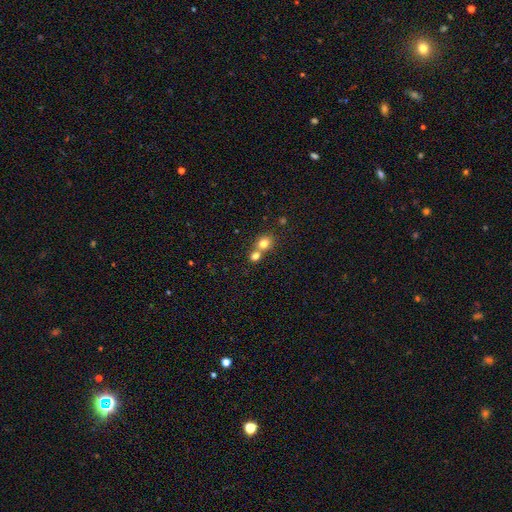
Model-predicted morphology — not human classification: smooth_or_featured: smooth (p=0.78) [alt: star or artifact p=0.13]
how_rounded: round (p=0.76) [alt: in between p=0.23]
merging: merger (p=0.53) [alt: none p=0.40]